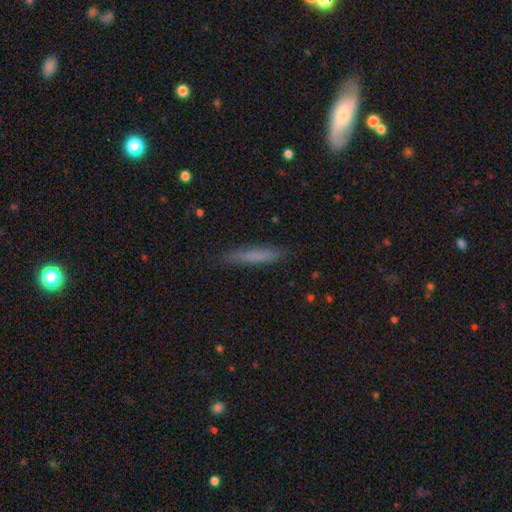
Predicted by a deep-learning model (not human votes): Smooth or featured?
  - smooth: 71% *
  - featured or disk: 21%
  - star or artifact: 8%
How rounded?
  - cigar-shaped: 93% *
  - in between: 6%
  - round: 1%
Merging?
  - none: 87% *
  - minor disturbance: 10%
  - major disturbance: 2%
  - merger: 1%